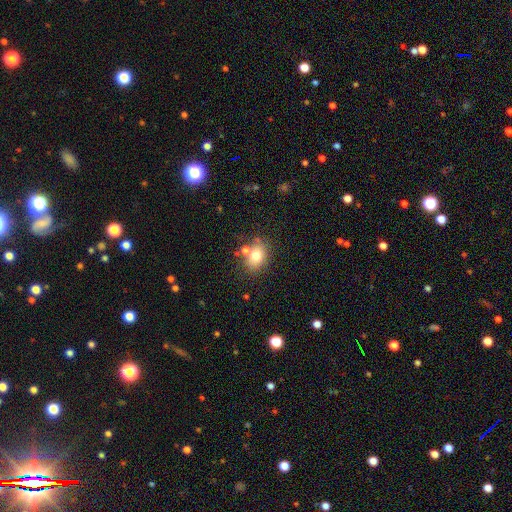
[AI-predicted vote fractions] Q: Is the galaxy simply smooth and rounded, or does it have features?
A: smooth — 74%.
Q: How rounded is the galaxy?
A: in between — 63%.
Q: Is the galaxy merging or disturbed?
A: none — 66%.